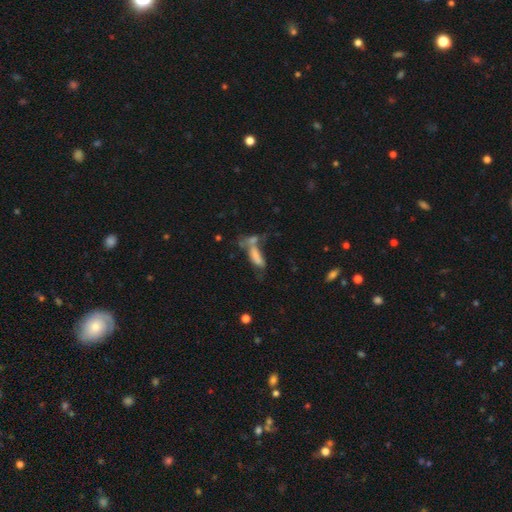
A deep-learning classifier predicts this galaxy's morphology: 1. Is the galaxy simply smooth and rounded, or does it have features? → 60% smooth, 27% featured or disk, 13% star or artifact.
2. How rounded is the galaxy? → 57% in between, 40% cigar-shaped, 3% round.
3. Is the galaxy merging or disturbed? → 48% merger, 20% none, 20% major disturbance, 13% minor disturbance.